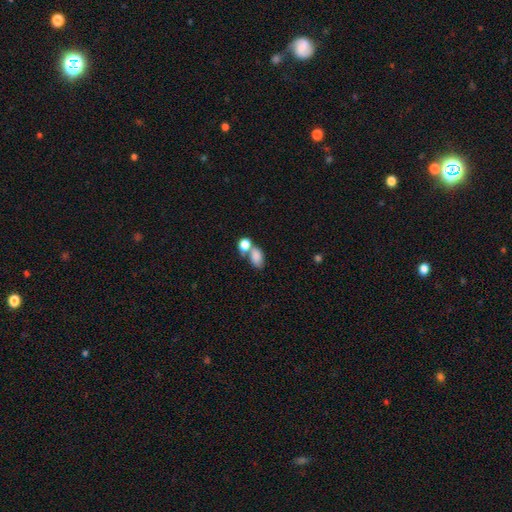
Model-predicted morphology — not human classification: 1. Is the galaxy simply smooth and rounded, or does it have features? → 82% smooth, 9% star or artifact, 9% featured or disk.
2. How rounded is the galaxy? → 84% in between, 14% round, 2% cigar-shaped.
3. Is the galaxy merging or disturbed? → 52% merger, 30% none, 11% minor disturbance, 7% major disturbance.